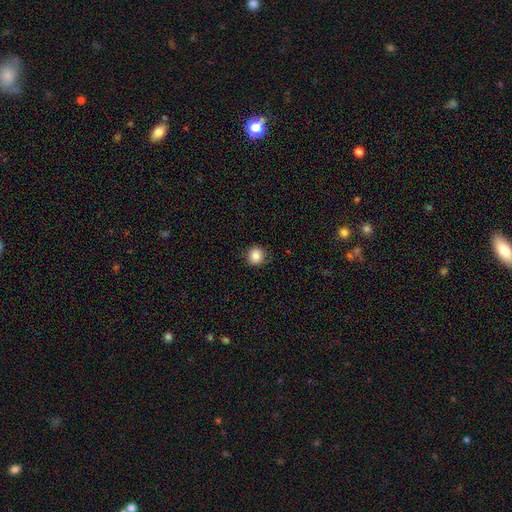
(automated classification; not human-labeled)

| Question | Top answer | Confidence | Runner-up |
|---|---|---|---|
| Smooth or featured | smooth | 86% | star or artifact (10%) |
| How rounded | round | 91% | in between (8%) |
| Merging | none | 89% | minor disturbance (8%) |